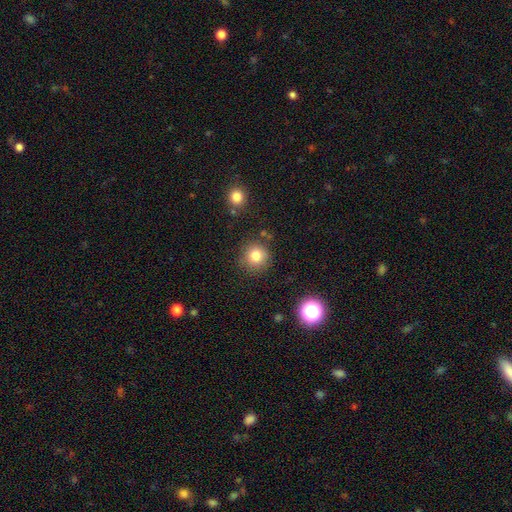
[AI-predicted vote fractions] This appears to be a smooth galaxy with no disk features (80%) that is round (93%). Merging: none (83%).